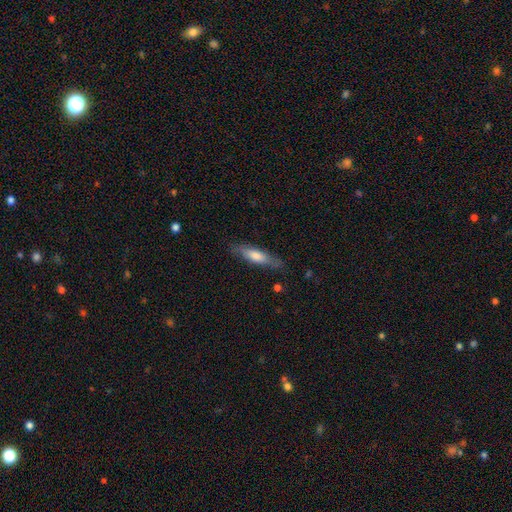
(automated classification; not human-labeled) This is possibly a smooth galaxy (57%). How rounded: likely cigar-shaped (74%). Merging: clearly none (81%).